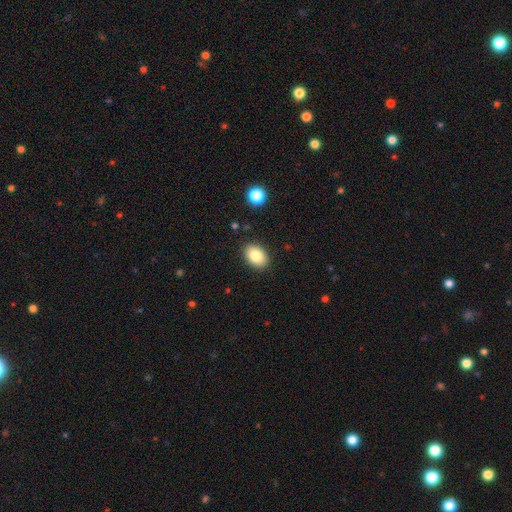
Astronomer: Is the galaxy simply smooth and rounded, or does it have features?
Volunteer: smooth — 87%.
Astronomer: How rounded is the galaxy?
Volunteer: in between — 88%.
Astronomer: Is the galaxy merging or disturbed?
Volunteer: none — 77%.